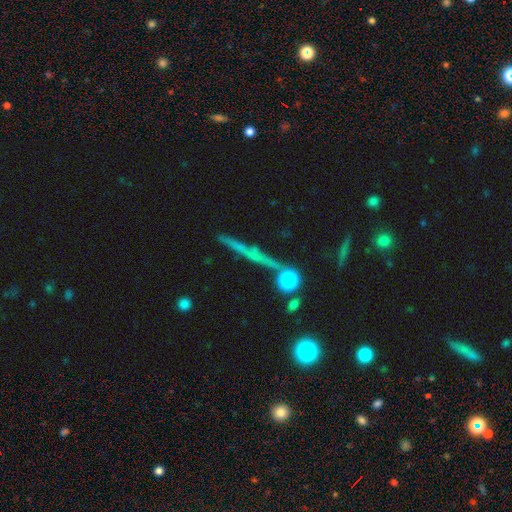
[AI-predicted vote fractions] smooth-or-featured: featured or disk: 52% | smooth: 32% | star or artifact: 17%
  disk-edge-on: yes: 94% | no: 6%
  merging: none: 81% | minor disturbance: 10% | merger: 5% | major disturbance: 4%